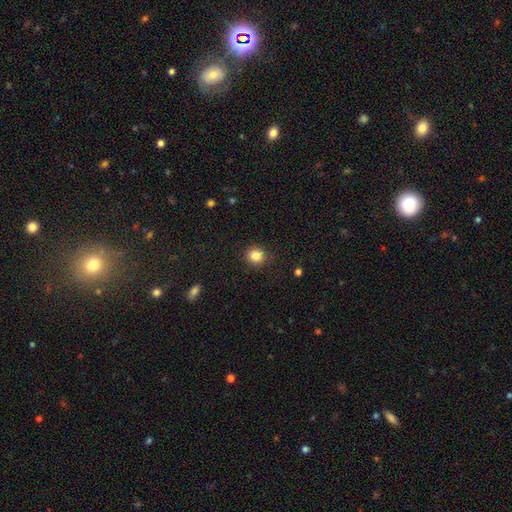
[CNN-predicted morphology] smooth 85%, star or artifact 10%, featured or disk 5%. Down the decision tree: how rounded — round (86%); merging — none (88%).